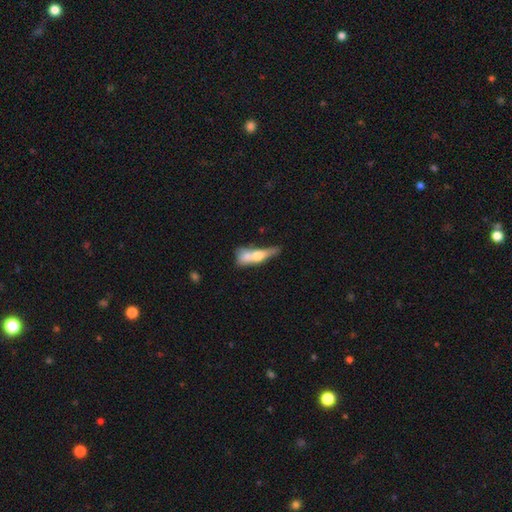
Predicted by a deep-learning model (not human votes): smooth_or_featured: smooth (p=0.50) [alt: featured or disk p=0.42]
how_rounded: cigar-shaped (p=0.55) [alt: in between p=0.37]
merging: merger (p=0.50) [alt: none p=0.22]